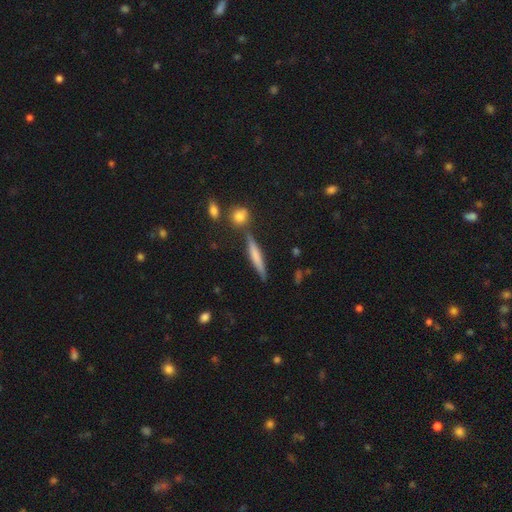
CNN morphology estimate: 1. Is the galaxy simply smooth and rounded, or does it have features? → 57% smooth, 35% featured or disk, 8% star or artifact.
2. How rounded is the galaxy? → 90% cigar-shaped, 7% in between, 3% round.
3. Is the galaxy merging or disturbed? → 78% none, 11% minor disturbance, 7% merger, 3% major disturbance.